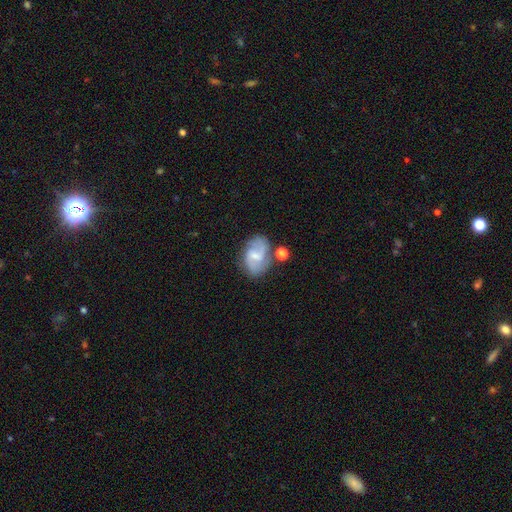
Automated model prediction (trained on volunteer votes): Morphology: type=featured or disk (70%); edge-on=no (97%); bar=weak (58%); spiral arms=yes (91%); winding=medium (47%); arm count=2 (84%); bulge=small (54%); merging=none (63%).